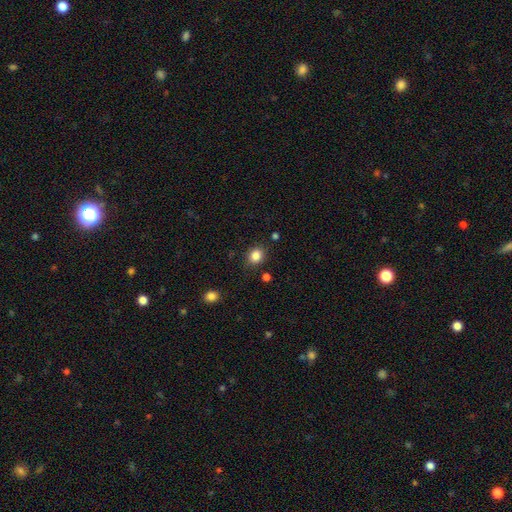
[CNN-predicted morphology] type=smooth (85%); roundness=round (63%); merging=none (85%).